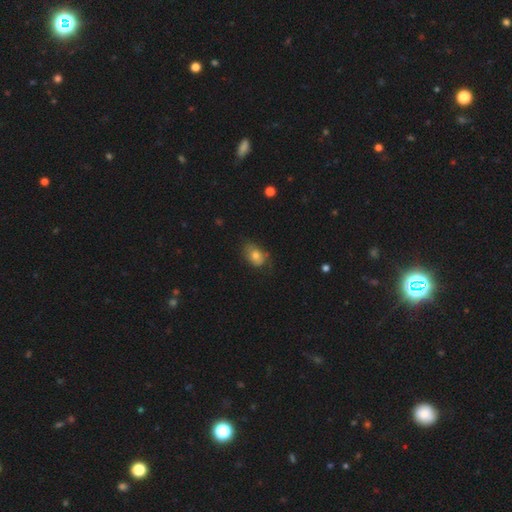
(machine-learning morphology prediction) A smooth galaxy with no disk features (70%) that is in between round and cigar-shaped (78%).

Vote fractions:
- Smooth or featured? smooth: 70% / featured or disk: 20% / star or artifact: 9%
- How rounded? in between: 78% / round: 20% / cigar-shaped: 1%
- Merging? none: 55% / minor disturbance: 31% / major disturbance: 12% / merger: 2%